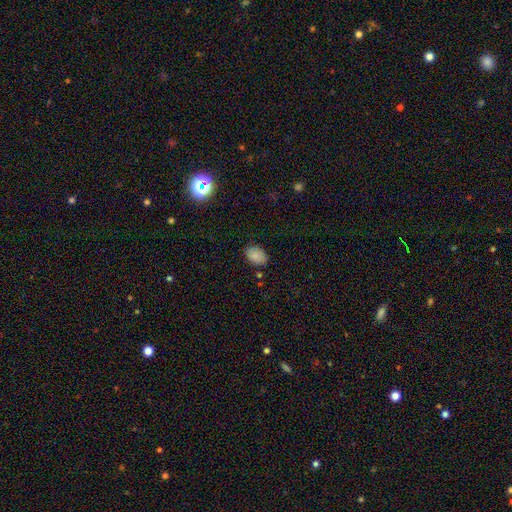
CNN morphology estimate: smooth-or-featured: smooth: 84% | star or artifact: 9% | featured or disk: 7%
  how-rounded: in between: 81% | round: 18% | cigar-shaped: 1%
  merging: none: 82% | minor disturbance: 14% | major disturbance: 3% | merger: 2%